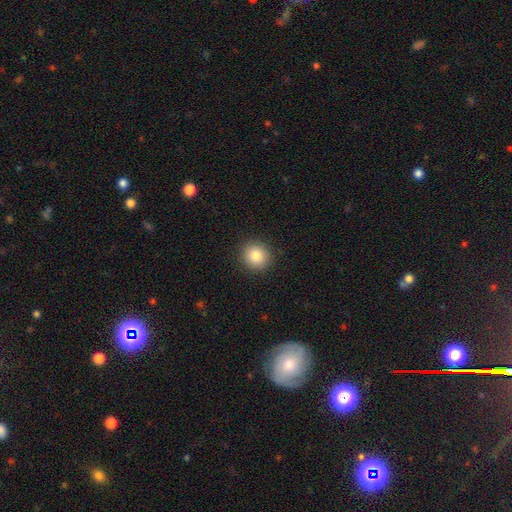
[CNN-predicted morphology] smooth 83%, star or artifact 10%, featured or disk 7%. Down the decision tree: how rounded — round (92%); merging — none (92%).